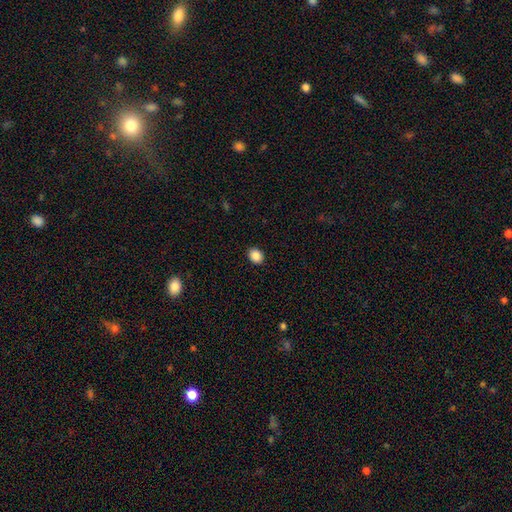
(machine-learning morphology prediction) smooth_or_featured: smooth (p=0.88) [alt: star or artifact p=0.09]
how_rounded: round (p=0.50) [alt: in between p=0.49]
merging: none (p=0.91) [alt: minor disturbance p=0.06]